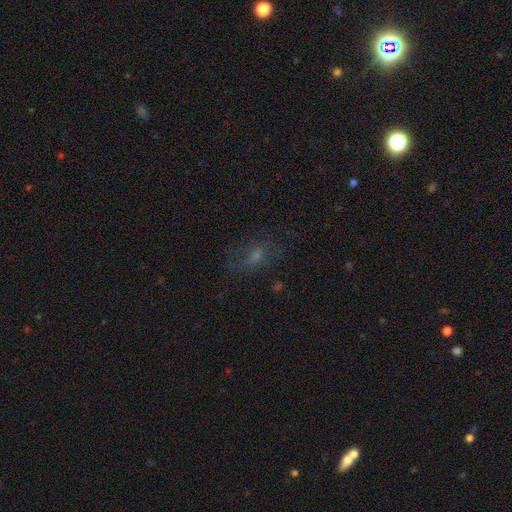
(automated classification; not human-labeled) Overall: smooth (46%; featured or disk 30%). Merging: none (59%; minor disturbance 20%).